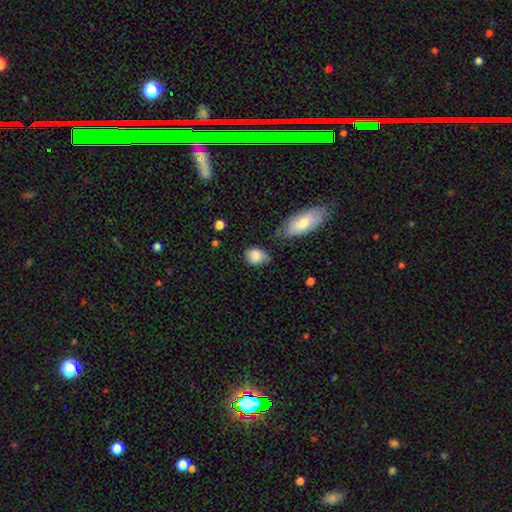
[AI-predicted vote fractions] A smooth galaxy with no disk features (85%) that is in between round and cigar-shaped (69%).

Vote fractions:
- Smooth or featured? smooth: 85% / featured or disk: 8% / star or artifact: 7%
- How rounded? in between: 69% / round: 29% / cigar-shaped: 2%
- Merging? none: 53% / minor disturbance: 33% / major disturbance: 8% / merger: 6%